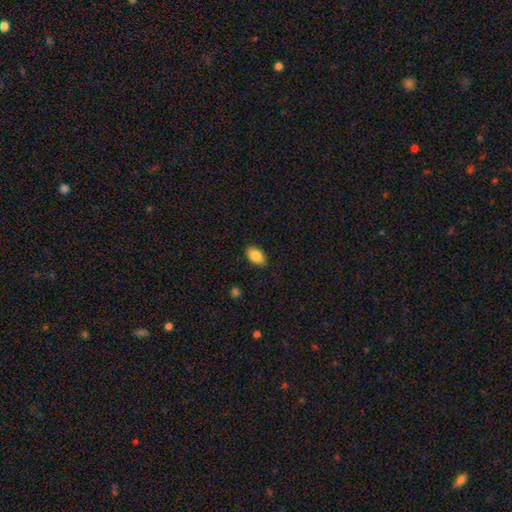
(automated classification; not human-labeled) A smooth galaxy with no disk features (85%) that is in between round and cigar-shaped (91%).

Vote fractions:
- Smooth or featured? smooth: 85% / featured or disk: 8% / star or artifact: 7%
- How rounded? in between: 91% / round: 7% / cigar-shaped: 2%
- Merging? none: 86% / minor disturbance: 11% / major disturbance: 2% / merger: 1%